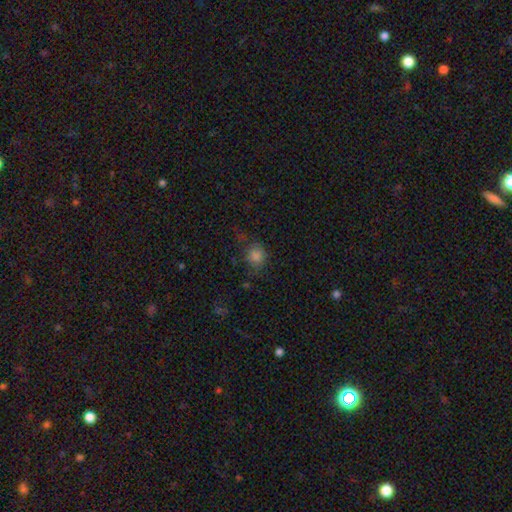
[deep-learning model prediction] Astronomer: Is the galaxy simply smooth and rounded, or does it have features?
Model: smooth — 78%.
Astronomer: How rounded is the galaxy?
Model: round — 82%.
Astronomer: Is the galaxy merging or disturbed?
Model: none — 70%.